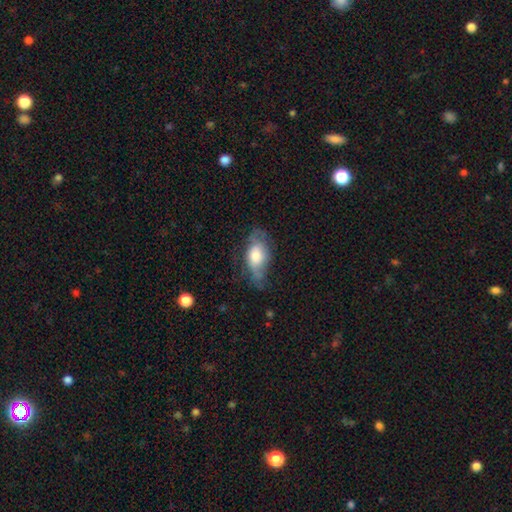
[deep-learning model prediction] A smooth galaxy with no disk features (56%) that is in between round and cigar-shaped (87%).

Vote fractions:
- Smooth or featured? smooth: 56% / featured or disk: 36% / star or artifact: 8%
- How rounded? in between: 87% / cigar-shaped: 8% / round: 5%
- Merging? none: 48% / minor disturbance: 32% / major disturbance: 18% / merger: 2%